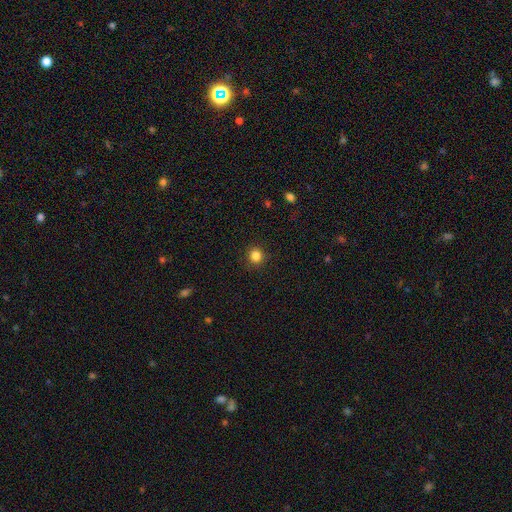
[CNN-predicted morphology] Smooth or featured?
  - smooth: 84% *
  - star or artifact: 12%
  - featured or disk: 4%
How rounded?
  - round: 92% *
  - in between: 7%
  - cigar-shaped: 1%
Merging?
  - none: 90% *
  - minor disturbance: 7%
  - major disturbance: 2%
  - merger: 1%